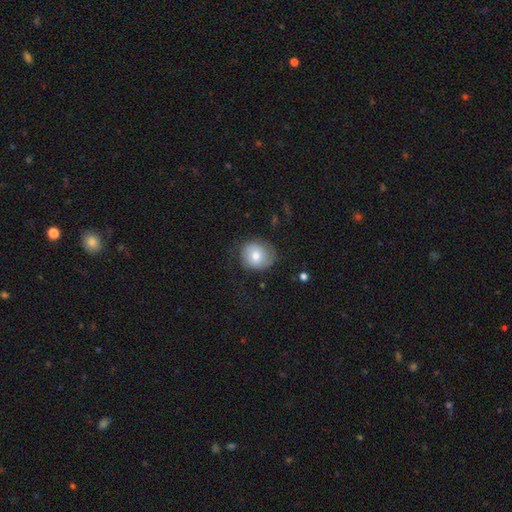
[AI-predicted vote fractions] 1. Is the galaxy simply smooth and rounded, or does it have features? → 65% smooth, 28% featured or disk, 8% star or artifact.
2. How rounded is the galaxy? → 82% round, 17% in between, 1% cigar-shaped.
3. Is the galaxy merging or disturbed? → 69% none, 19% minor disturbance, 10% major disturbance, 1% merger.